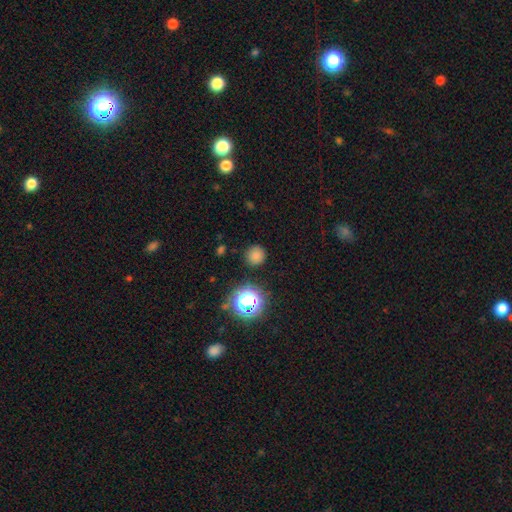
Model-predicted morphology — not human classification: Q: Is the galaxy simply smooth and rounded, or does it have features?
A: smooth — 74%.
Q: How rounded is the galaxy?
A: round — 93%.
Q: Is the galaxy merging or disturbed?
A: none — 87%.